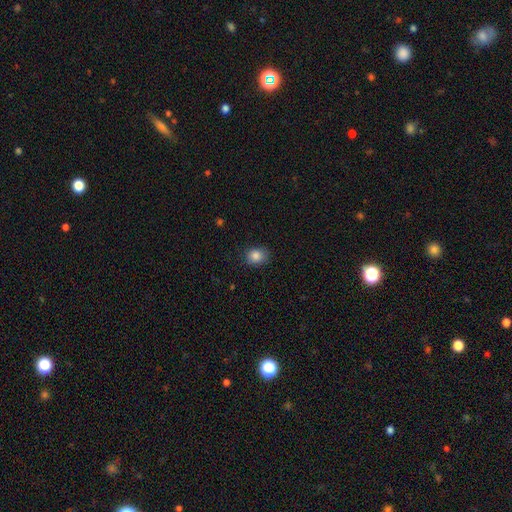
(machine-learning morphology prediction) A smooth galaxy with no disk features (85%) that is round (61%). Merging: none (82%).